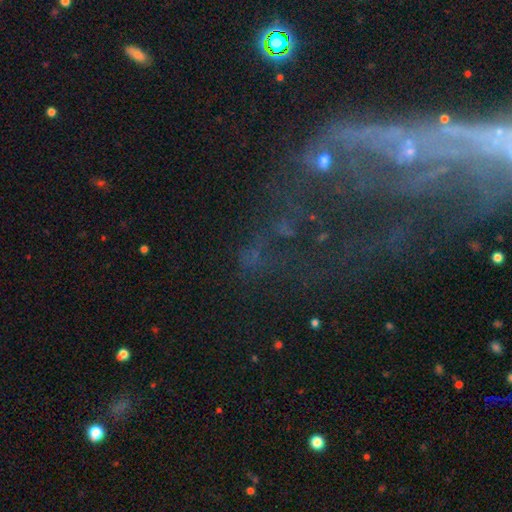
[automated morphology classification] A featured or disk galaxy (51%). Merging: none (45%).